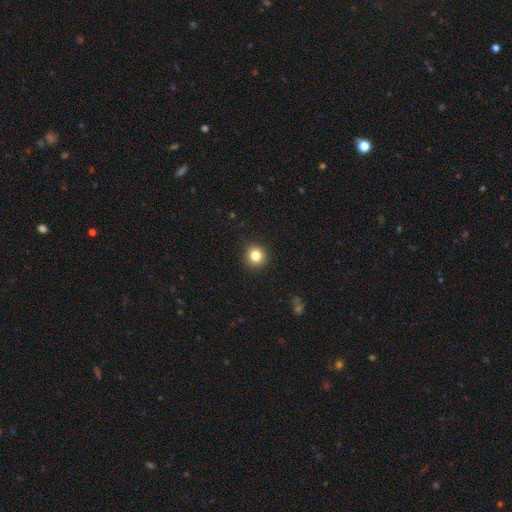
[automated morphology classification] smooth 83%, star or artifact 12%, featured or disk 6%. Down the decision tree: how rounded — round (94%); merging — none (92%).